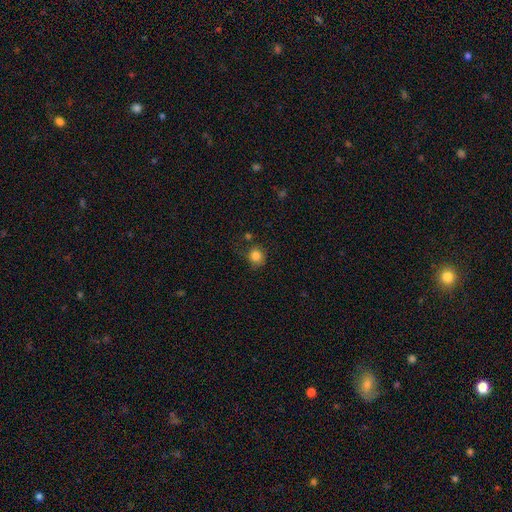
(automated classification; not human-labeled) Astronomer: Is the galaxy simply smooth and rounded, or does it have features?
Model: smooth — 83%.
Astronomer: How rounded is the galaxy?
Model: round — 82%.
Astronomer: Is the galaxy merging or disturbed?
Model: none — 67%.